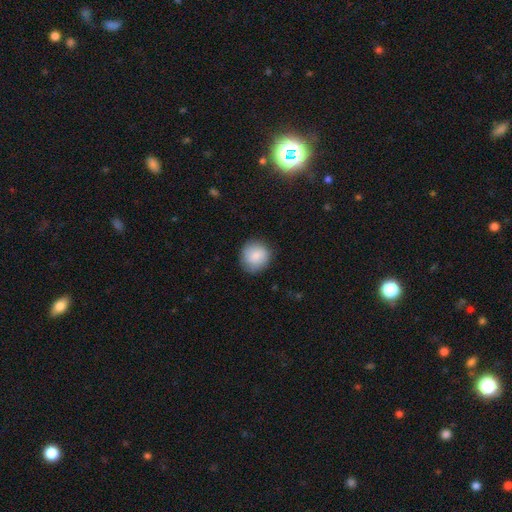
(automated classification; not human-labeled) Overall: smooth (87%). How rounded: round (89%). Merging: none (84%).